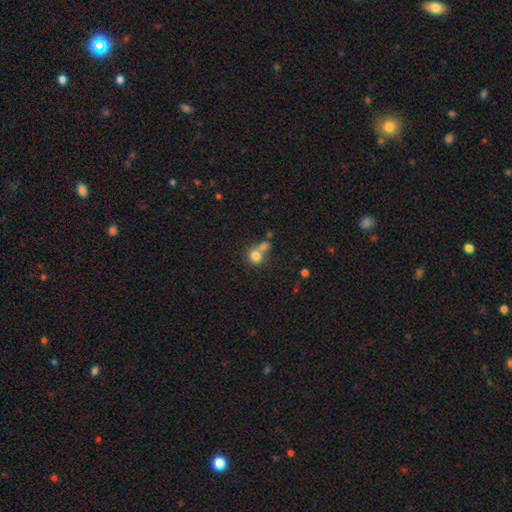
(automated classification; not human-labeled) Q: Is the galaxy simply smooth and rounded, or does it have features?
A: smooth — 79%.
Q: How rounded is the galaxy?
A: round — 82%.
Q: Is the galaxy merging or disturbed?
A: merger — 45%.